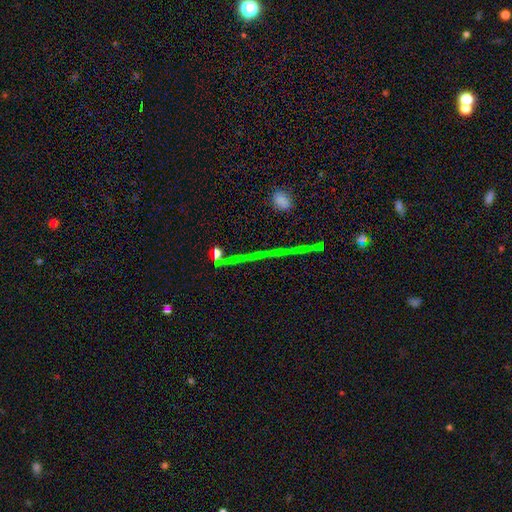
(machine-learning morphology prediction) The model was most divided on "smooth or featured": star or artifact: 69%, featured or disk: 18%, smooth: 13%.